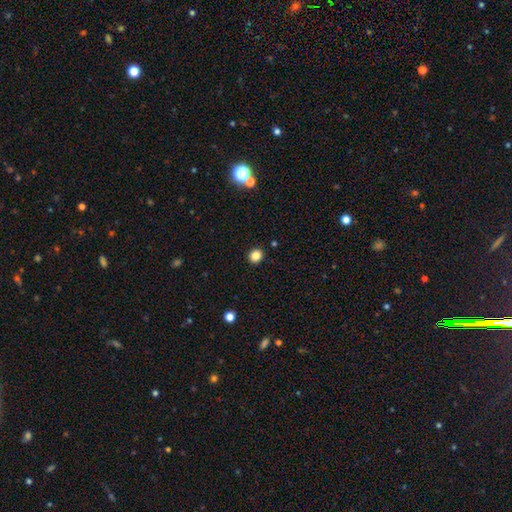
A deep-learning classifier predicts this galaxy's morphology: Smooth or featured? Predicted: smooth (p=0.83). How rounded? Predicted: round (p=0.83). Merging? Predicted: none (p=0.92).